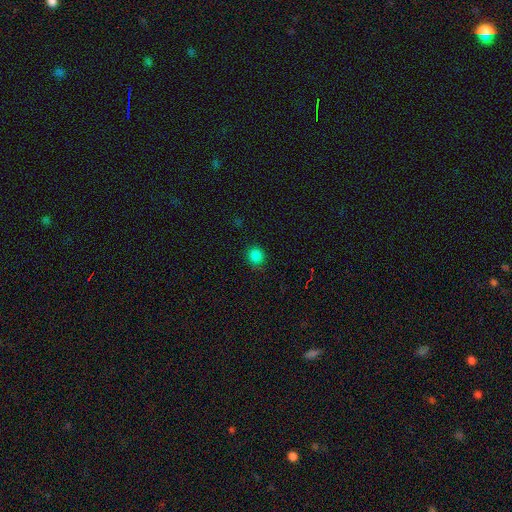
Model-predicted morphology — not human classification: Q: Smooth or featured?
A: smooth (83%); runner-up: star or artifact (14%)
Q: How rounded?
A: round (83%); runner-up: in between (16%)
Q: Merging?
A: none (86%); runner-up: minor disturbance (10%)